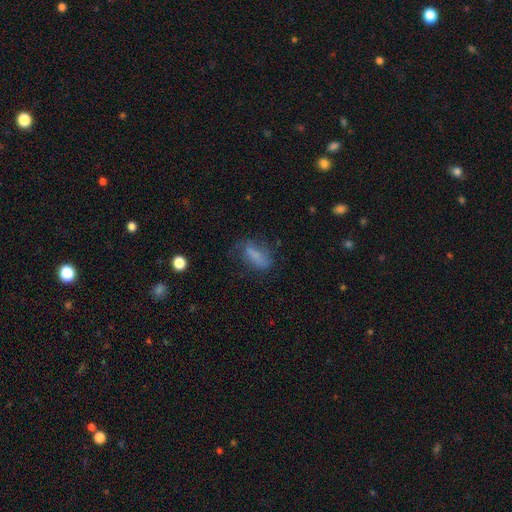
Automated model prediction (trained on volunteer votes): Morphology: type=smooth (67%); roundness=in between (74%); merging=none (52%).